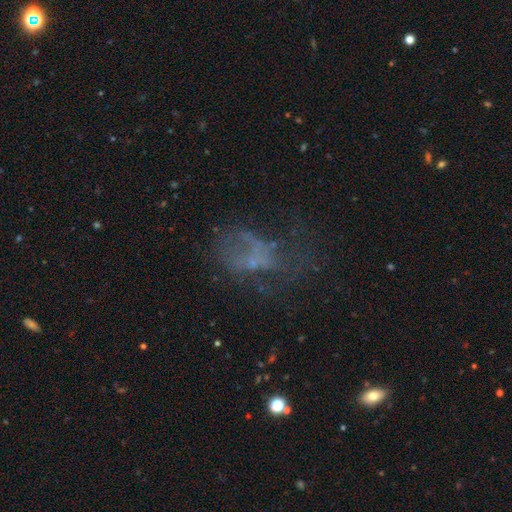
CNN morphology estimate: This is marginally a featured or disk galaxy (44%). Merging: marginally major disturbance (40%).